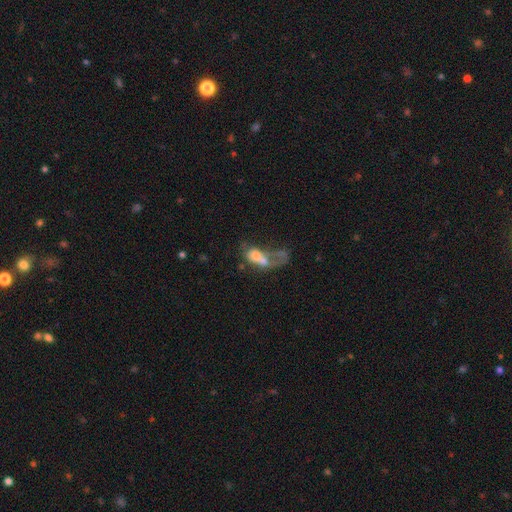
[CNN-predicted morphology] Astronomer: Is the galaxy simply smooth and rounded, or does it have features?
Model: smooth — 48% (runner-up: featured or disk, 40%).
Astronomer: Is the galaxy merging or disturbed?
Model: merger — 43% (runner-up: major disturbance, 38%).